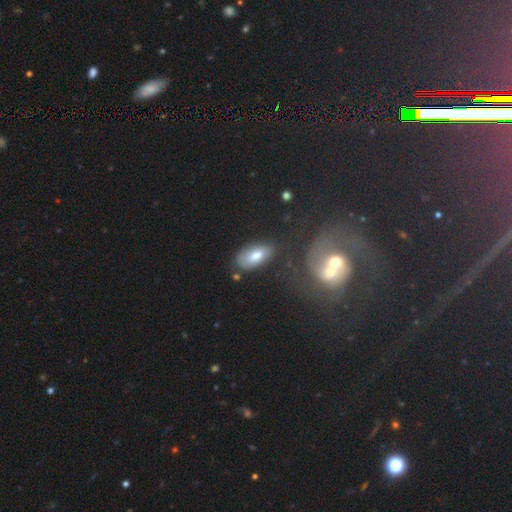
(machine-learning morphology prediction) type=smooth (68%); roundness=in between (91%); merging=none (67%).